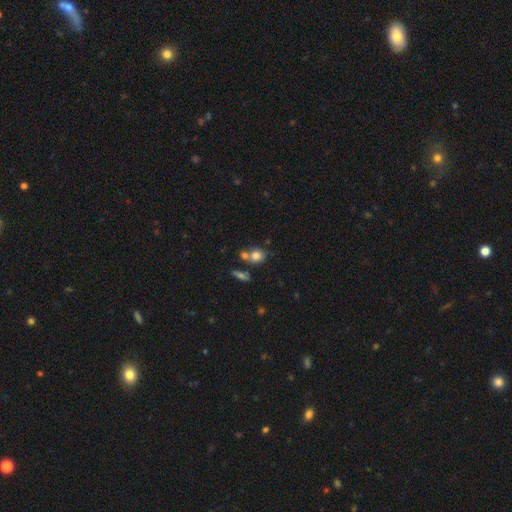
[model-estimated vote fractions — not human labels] smooth 77%, star or artifact 11%, featured or disk 11%. Down the decision tree: how rounded — round (67%); merging — none (50%).